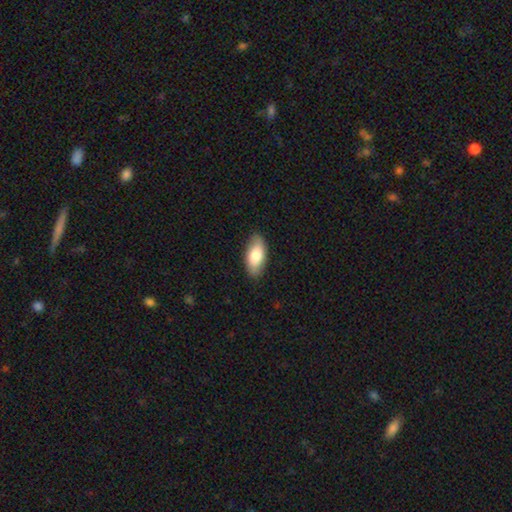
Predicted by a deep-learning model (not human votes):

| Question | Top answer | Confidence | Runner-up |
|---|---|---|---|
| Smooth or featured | smooth | 80% | featured or disk (15%) |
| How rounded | in between | 90% | cigar-shaped (7%) |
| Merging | none | 85% | minor disturbance (12%) |